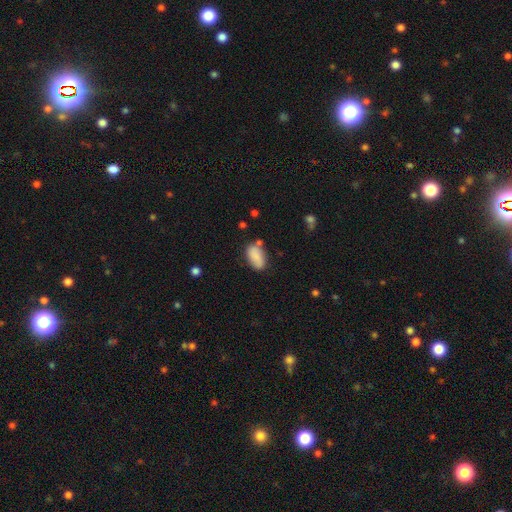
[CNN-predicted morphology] smooth-or-featured: smooth: 84% | featured or disk: 9% | star or artifact: 7%
  how-rounded: in between: 93% | round: 4% | cigar-shaped: 3%
  merging: none: 66% | minor disturbance: 21% | merger: 8% | major disturbance: 5%